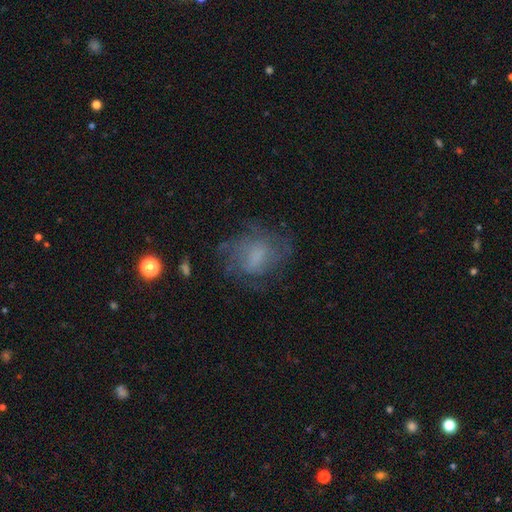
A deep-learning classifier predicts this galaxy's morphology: smooth-or-featured: featured or disk: 45% | smooth: 41% | star or artifact: 13%
  merging: none: 57% | minor disturbance: 21% | major disturbance: 20% | merger: 2%